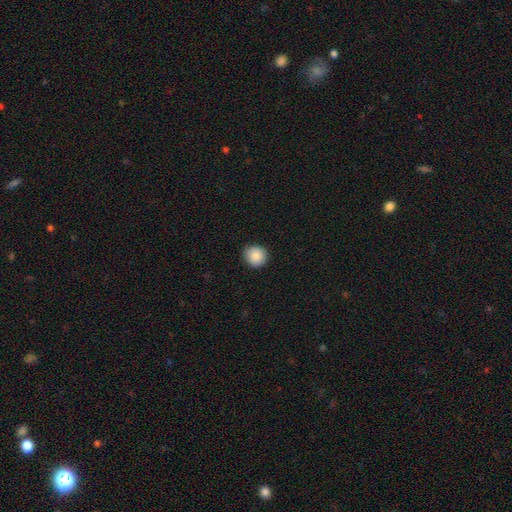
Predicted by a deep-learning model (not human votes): This is clearly a smooth galaxy (88%). How rounded: clearly round (90%). Merging: clearly none (87%).